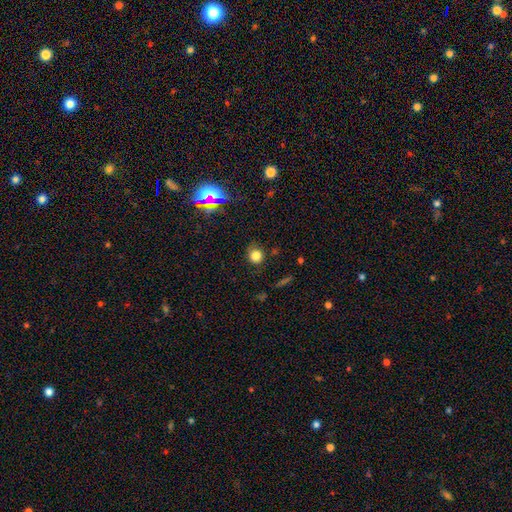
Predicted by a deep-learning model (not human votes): Smooth or featured: smooth — 78% (star or artifact — 16%)
How rounded: round — 82% (in between — 17%)
Merging: none — 78% (minor disturbance — 15%)